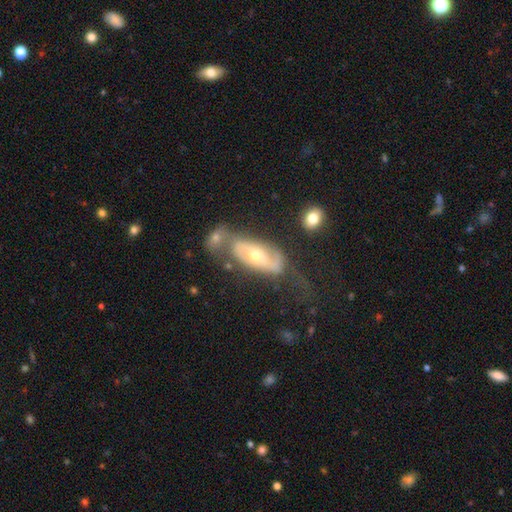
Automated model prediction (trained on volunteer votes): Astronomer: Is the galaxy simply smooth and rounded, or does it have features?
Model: featured or disk — 70%.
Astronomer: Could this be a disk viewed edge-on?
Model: no — 87%.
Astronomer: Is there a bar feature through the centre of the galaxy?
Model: no — 64%.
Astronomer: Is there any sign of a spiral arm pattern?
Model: yes — 74%.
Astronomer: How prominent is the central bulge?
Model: moderate — 60%.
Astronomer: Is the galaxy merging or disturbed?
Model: none — 39% (runner-up: merger, 22%).